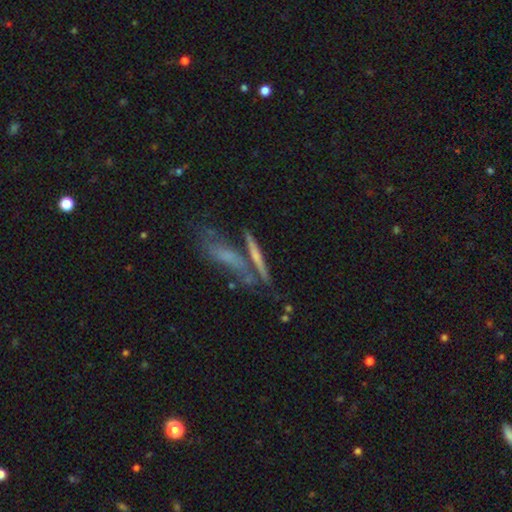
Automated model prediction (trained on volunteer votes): Overall: featured or disk (50%; smooth 40%). Edge-on disk: yes (82%). Merging: none (55%; merger 26%).